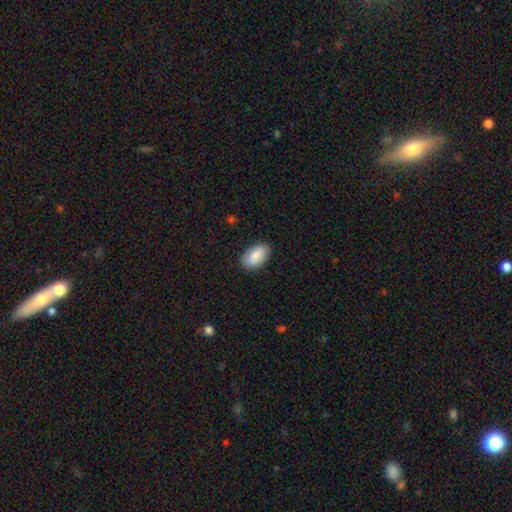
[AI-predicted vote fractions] A smooth galaxy with no disk features (86%) that is in between round and cigar-shaped (94%).

Vote fractions:
- Smooth or featured? smooth: 86% / featured or disk: 8% / star or artifact: 6%
- How rounded? in between: 94% / round: 4% / cigar-shaped: 2%
- Merging? none: 86% / minor disturbance: 11% / major disturbance: 2% / merger: 1%